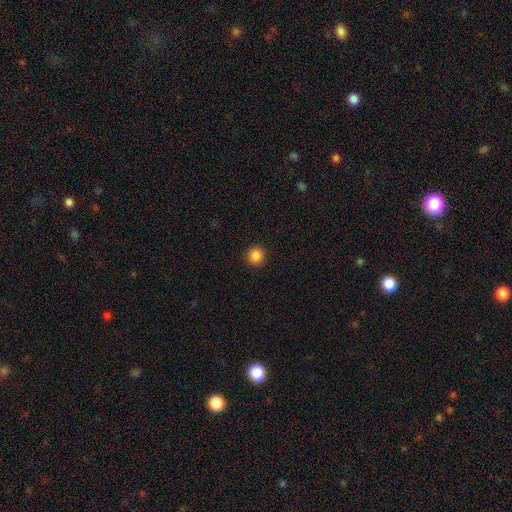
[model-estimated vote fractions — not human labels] Smooth or featured: smooth — 87% (star or artifact — 10%)
How rounded: round — 92% (in between — 7%)
Merging: none — 93% (minor disturbance — 5%)